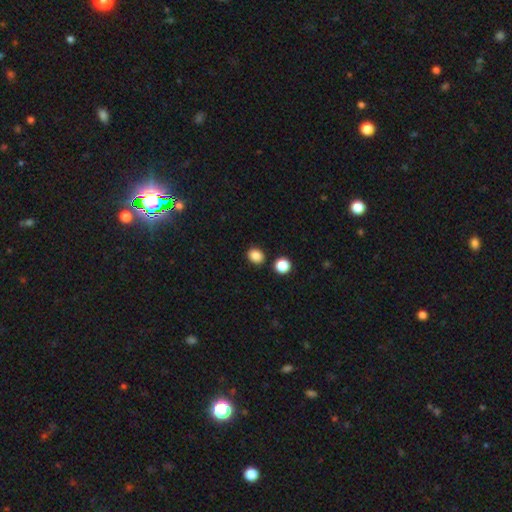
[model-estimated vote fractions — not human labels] smooth 86%, star or artifact 10%, featured or disk 3%. Down the decision tree: how rounded — round (57%); merging — none (85%).